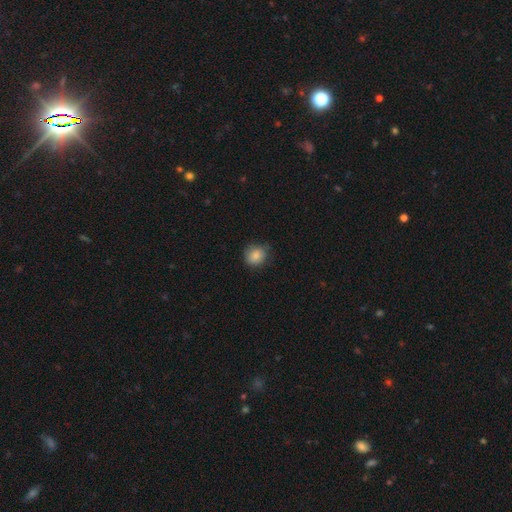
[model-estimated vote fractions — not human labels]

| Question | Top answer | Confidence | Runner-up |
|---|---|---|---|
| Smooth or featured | smooth | 86% | star or artifact (9%) |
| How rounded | round | 79% | in between (20%) |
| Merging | none | 74% | minor disturbance (21%) |